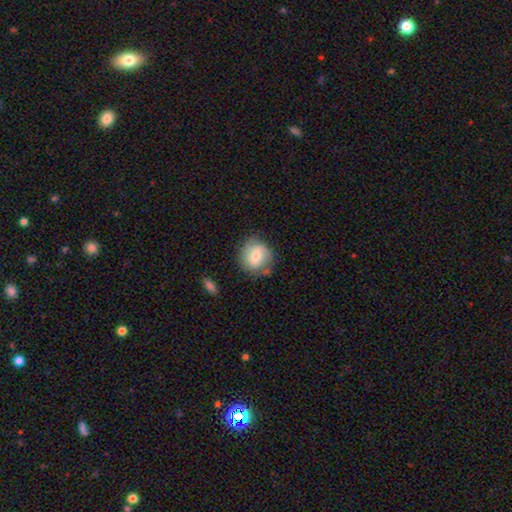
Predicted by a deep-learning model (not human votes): A smooth galaxy with no disk features (56%) that is round (81%). Merging: none (68%).